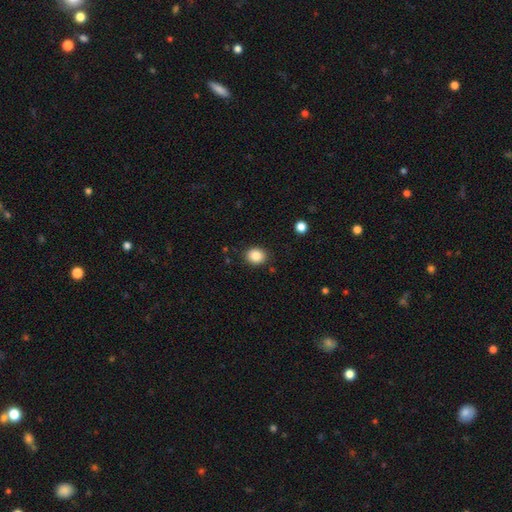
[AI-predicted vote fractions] smooth-or-featured: smooth: 86% | star or artifact: 9% | featured or disk: 5%
  how-rounded: round: 62% | in between: 37% | cigar-shaped: 1%
  merging: none: 88% | minor disturbance: 8% | major disturbance: 2% | merger: 2%